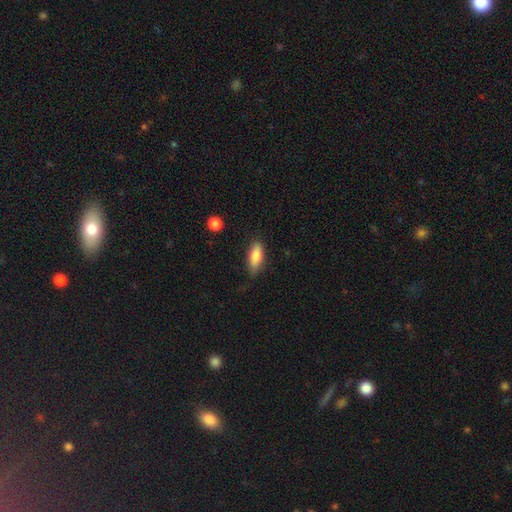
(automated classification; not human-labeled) Smooth or featured? Predicted: smooth (p=0.81). How rounded? Predicted: in between (p=0.75). Merging? Predicted: none (p=0.77).